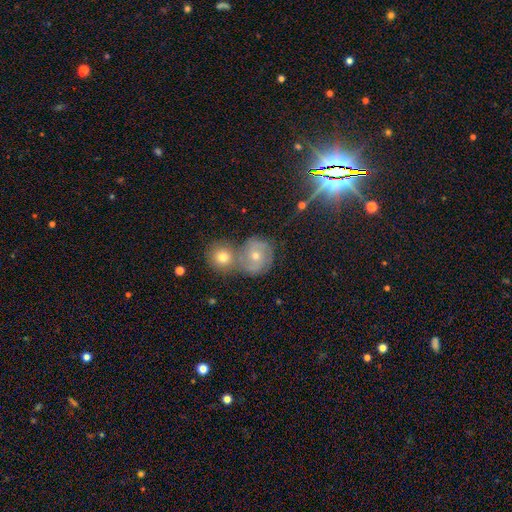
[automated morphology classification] Overall: featured or disk (62%). Edge-on disk: no (96%). Bar: no (67%). Spiral arms: yes (89%). Spiral arm count: 2 (39%; can't tell 24%). Spiral winding: tight (57%; medium 36%). Bulge size: moderate (56%; small 39%). Merging: none (51%; merger 33%).